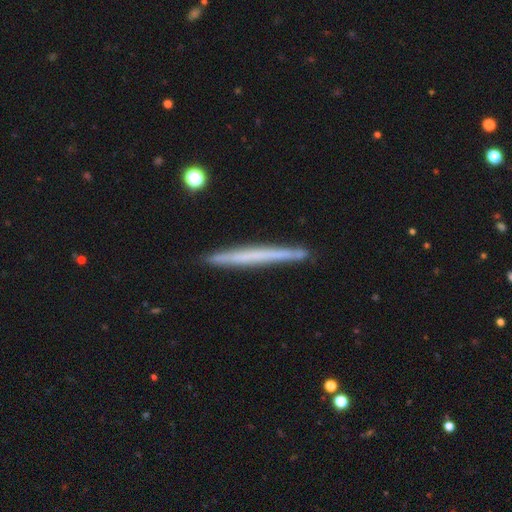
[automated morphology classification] type=featured or disk (49%); merging=none (90%).